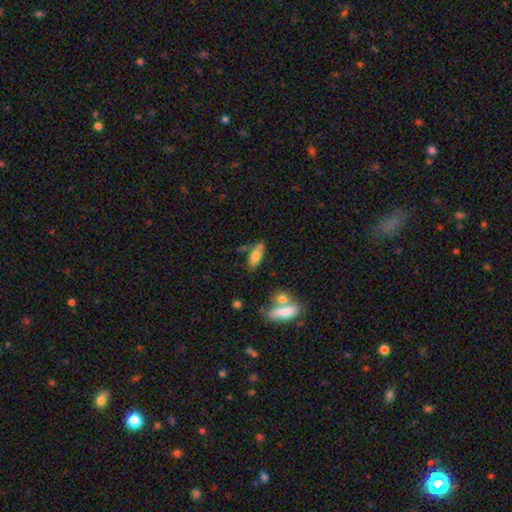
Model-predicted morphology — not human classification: Smooth or featured? smooth (73%)
How rounded? in between (74%)
Merging? none (57%)